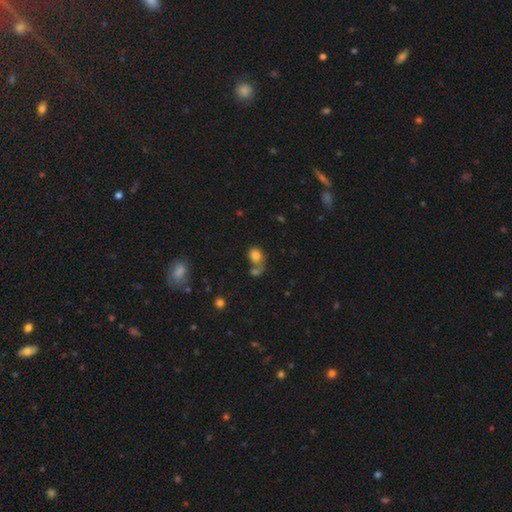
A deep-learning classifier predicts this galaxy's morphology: This is likely a smooth galaxy (77%). How rounded: possibly in between (49%, tied with round). Merging: possibly merger (46%).